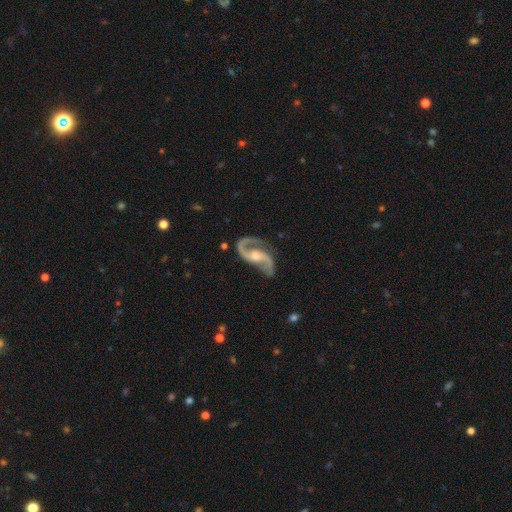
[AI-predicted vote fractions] Smooth or featured? Predicted: featured or disk (p=0.93). Edge-on disk? Predicted: no (p=0.97). Bar? Predicted: no (p=0.45). Spiral arms? Predicted: yes (p=0.98). Spiral winding? Predicted: medium (p=0.50). Spiral arm count? Predicted: 2 (p=0.93). Bulge size? Predicted: moderate (p=0.59). Merging? Predicted: none (p=0.72).